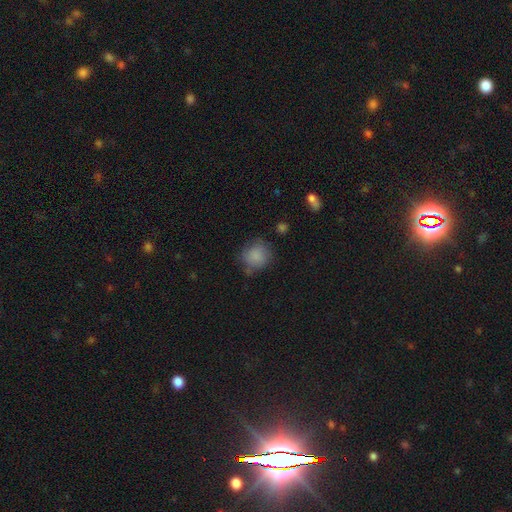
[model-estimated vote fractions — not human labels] Morphology: type=smooth (83%); roundness=round (83%); merging=none (65%).